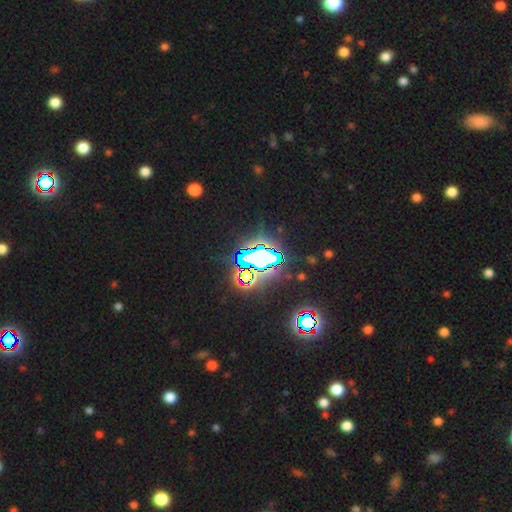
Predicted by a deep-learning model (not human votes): Overall: star or artifact (82%).